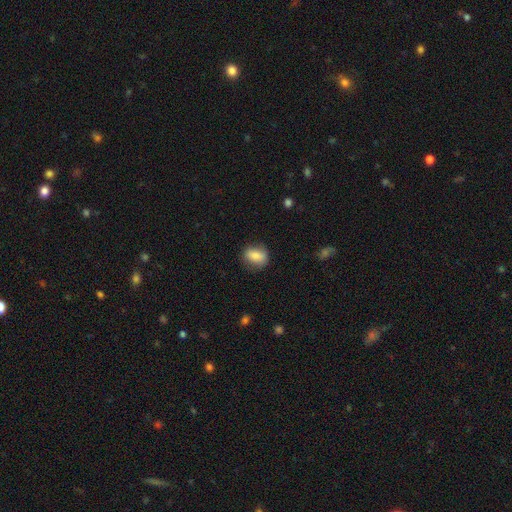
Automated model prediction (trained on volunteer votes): smooth_or_featured: smooth (p=0.81) [alt: featured or disk p=0.11]
how_rounded: in between (p=0.64) [alt: round p=0.33]
merging: none (p=0.78) [alt: minor disturbance p=0.16]